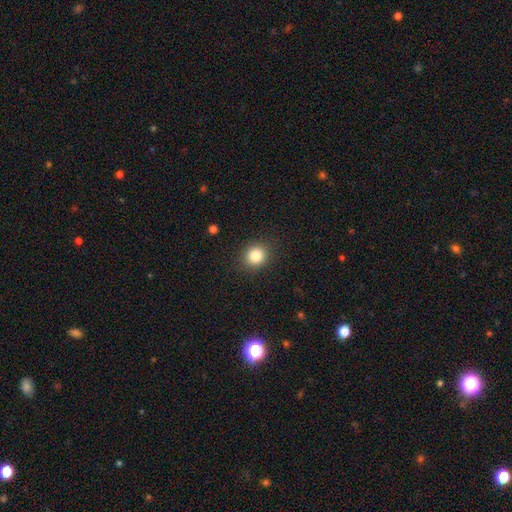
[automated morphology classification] Smooth or featured? smooth (84%)
How rounded? round (82%)
Merging? none (89%)